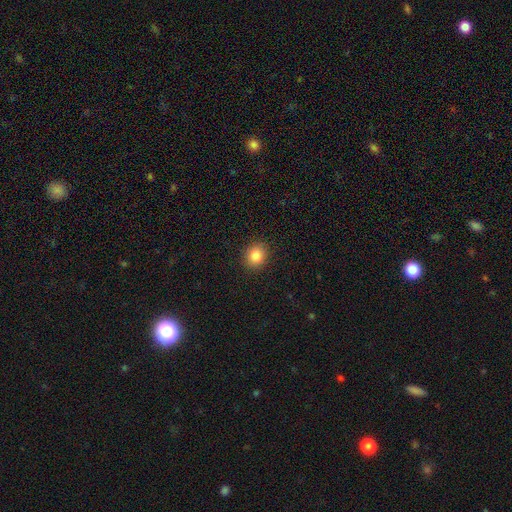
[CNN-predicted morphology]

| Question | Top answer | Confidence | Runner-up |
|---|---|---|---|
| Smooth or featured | smooth | 85% | star or artifact (10%) |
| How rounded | round | 74% | in between (25%) |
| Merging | none | 91% | minor disturbance (6%) |